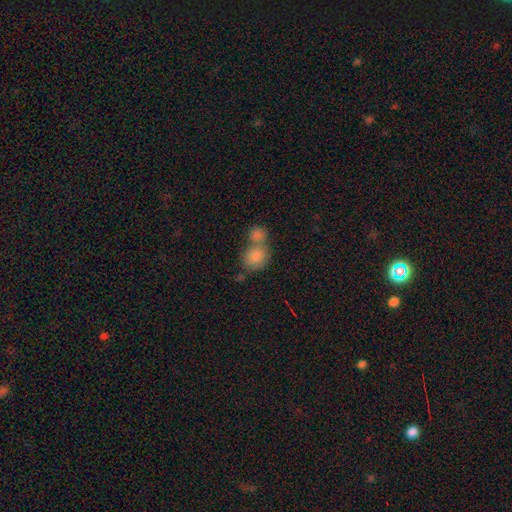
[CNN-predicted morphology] Smooth or featured? Predicted: smooth (p=0.84). How rounded? Predicted: round (p=0.56). Merging? Predicted: merger (p=0.54).